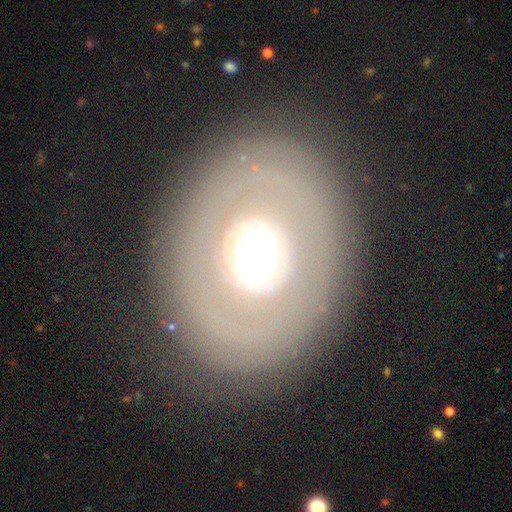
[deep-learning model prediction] Q: Smooth or featured?
A: featured or disk (54%); runner-up: smooth (37%)
Q: Edge-on disk?
A: no (94%); runner-up: yes (6%)
Q: Bar?
A: no (82%); runner-up: weak (11%)
Q: Spiral arms?
A: no (85%); runner-up: yes (15%)
Q: Bulge size?
A: moderate (45%); runner-up: large (41%)
Q: Merging?
A: none (83%); runner-up: minor disturbance (10%)